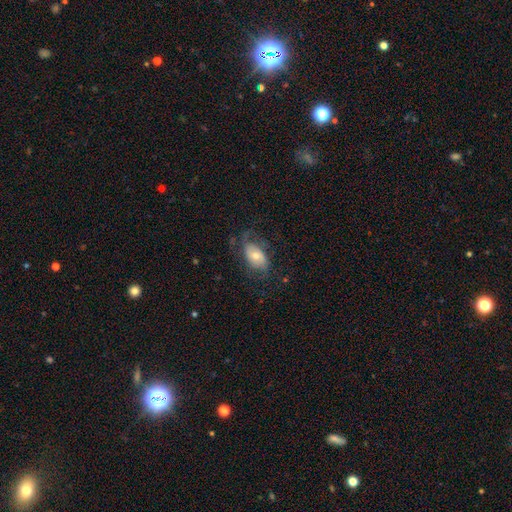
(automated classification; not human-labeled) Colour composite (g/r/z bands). It shows a featured or disk galaxy (49%). Merging: none (56%).